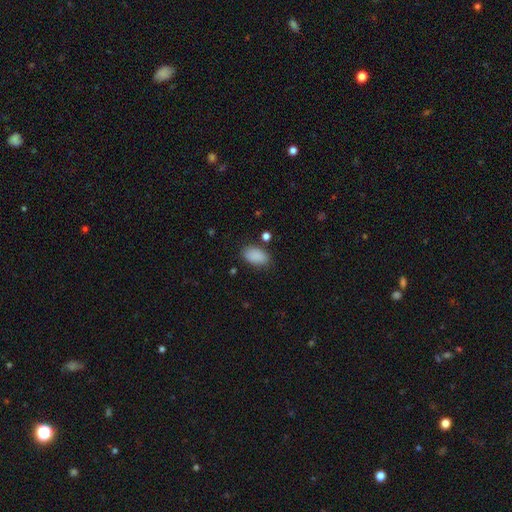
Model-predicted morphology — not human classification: This appears to be a smooth galaxy with no disk features (88%) that is in between round and cigar-shaped (92%). Merging: none (79%).